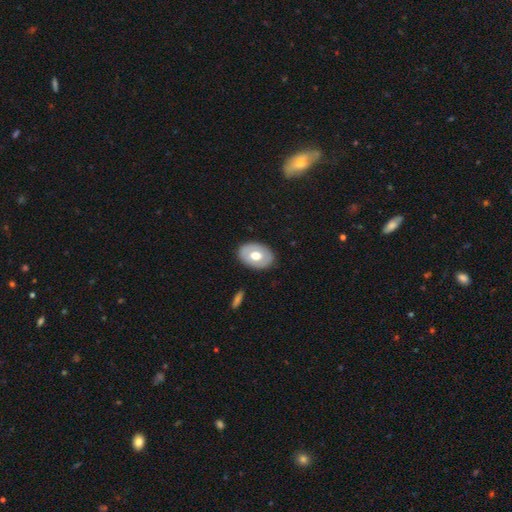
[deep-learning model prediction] Smooth or featured? Predicted: smooth (p=0.55). How rounded? Predicted: in between (p=0.79). Merging? Predicted: none (p=0.87).